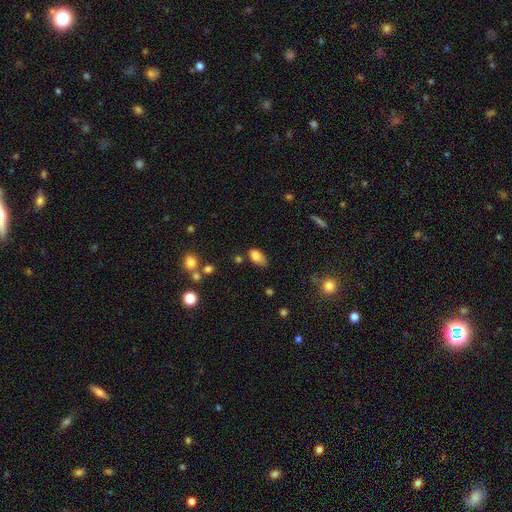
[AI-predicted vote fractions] Smooth or featured? Predicted: smooth (p=0.82). How rounded? Predicted: in between (p=0.90). Merging? Predicted: none (p=0.51).